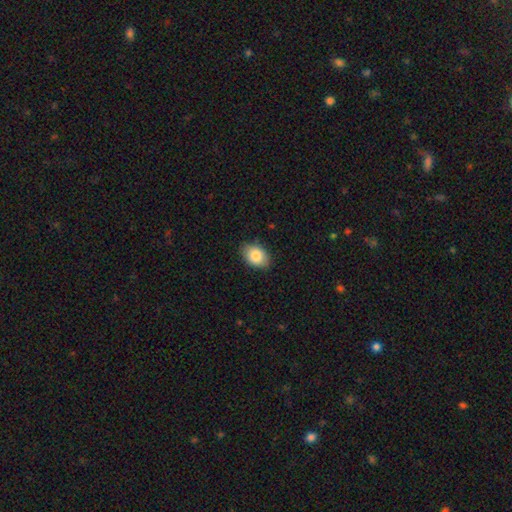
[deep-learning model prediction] Smooth or featured: smooth — 85% (featured or disk — 8%)
How rounded: in between — 82% (round — 17%)
Merging: none — 86% (minor disturbance — 11%)